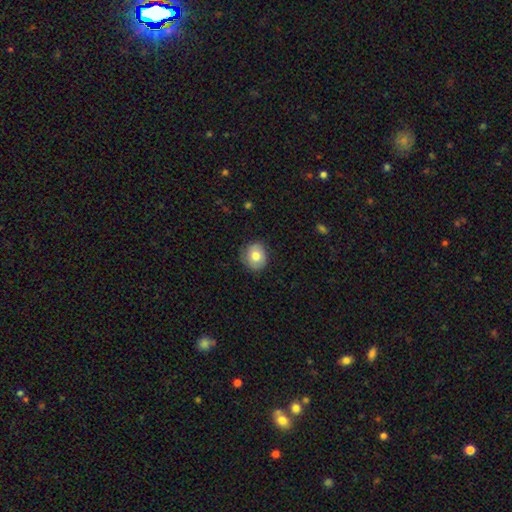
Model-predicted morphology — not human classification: The model was most divided on "how rounded": round: 73%, in between: 26%, cigar-shaped: 1%. More confident: merging — none (77%); smooth or featured — smooth (75%).